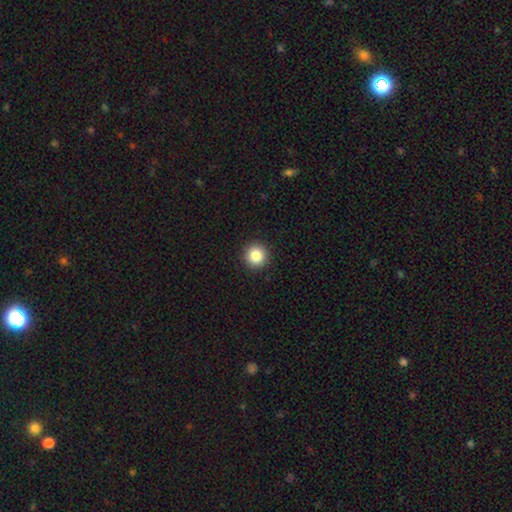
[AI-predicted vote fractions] Overall: smooth (85%). How rounded: round (96%). Merging: none (93%).